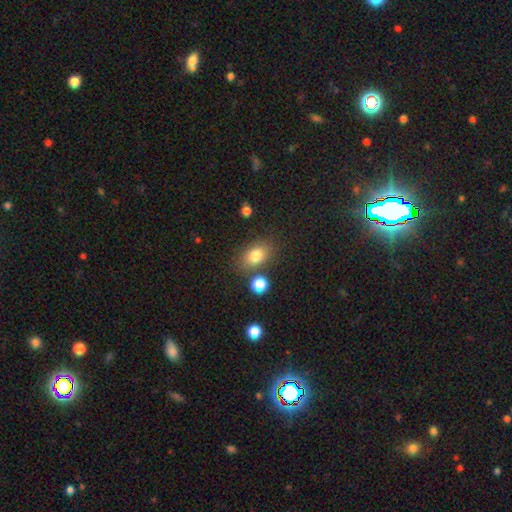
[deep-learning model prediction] This is clearly a smooth galaxy (81%). How rounded: likely in between (78%). Merging: likely none (75%).